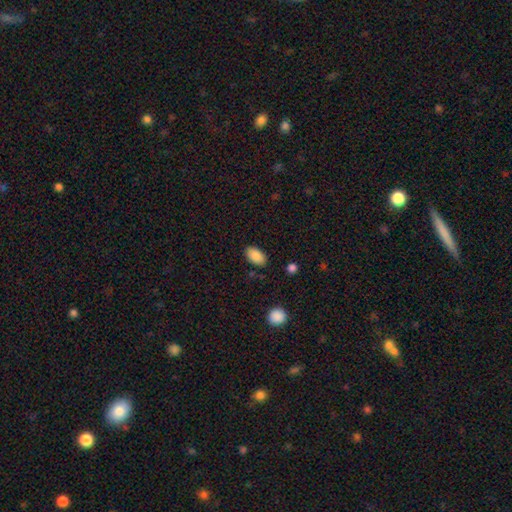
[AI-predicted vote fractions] Smooth or featured?
  - smooth: 88% *
  - star or artifact: 7%
  - featured or disk: 4%
How rounded?
  - in between: 93% *
  - round: 6%
  - cigar-shaped: 1%
Merging?
  - none: 86% *
  - minor disturbance: 10%
  - major disturbance: 3%
  - merger: 2%